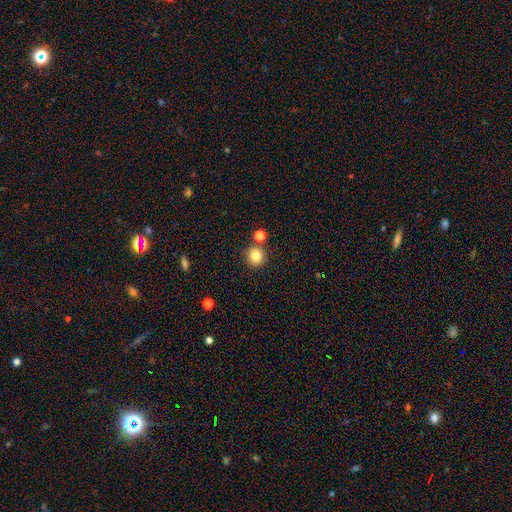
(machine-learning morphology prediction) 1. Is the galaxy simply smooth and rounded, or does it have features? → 83% smooth, 11% star or artifact, 5% featured or disk.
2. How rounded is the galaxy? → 93% round, 6% in between, 1% cigar-shaped.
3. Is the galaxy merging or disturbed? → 80% none, 11% merger, 7% minor disturbance, 2% major disturbance.